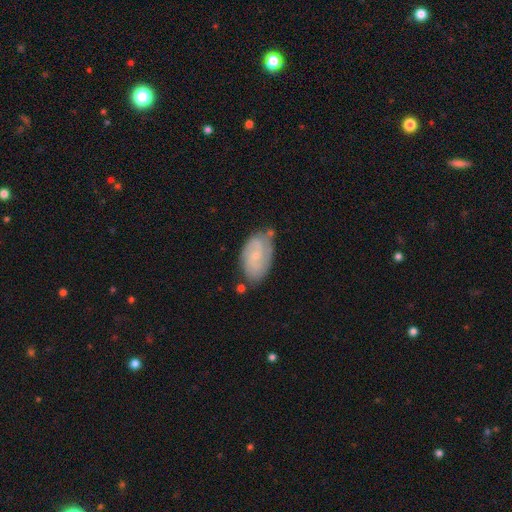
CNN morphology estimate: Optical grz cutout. It shows a featured or disk galaxy (68%) with no bar (59%), 2 (60%) tight (46%) spiral arms (89%) and a small central bulge (74%). Merging: none (64%).